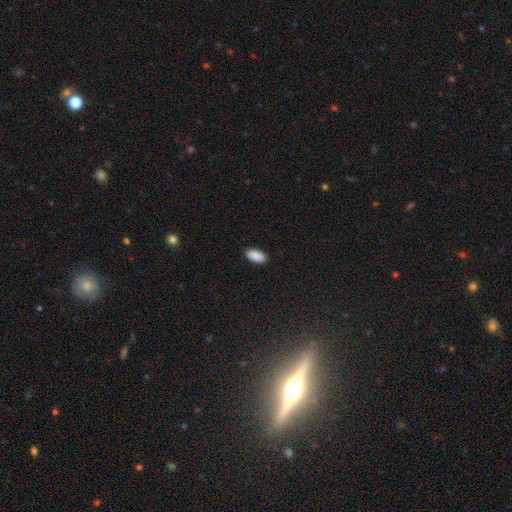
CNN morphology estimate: Overall: smooth (91%). How rounded: in between (93%). Merging: none (90%).